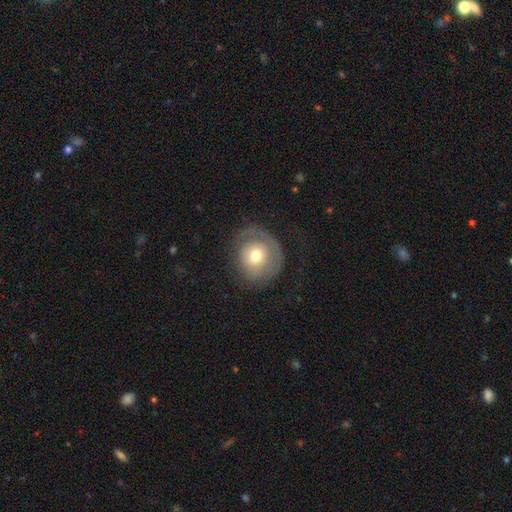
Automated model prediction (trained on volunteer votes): This appears to be a smooth galaxy with no disk features (51%) that is round (84%). Merging: none (62%).